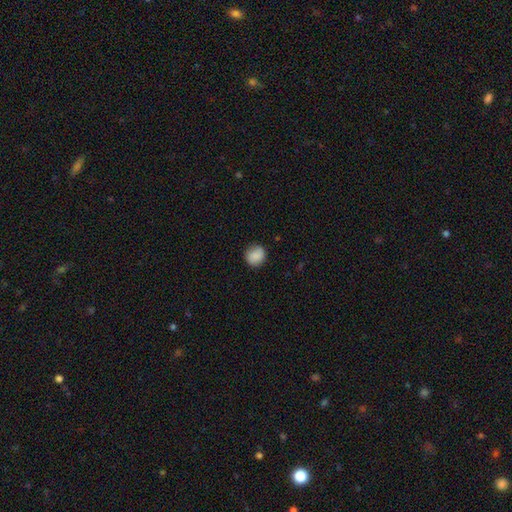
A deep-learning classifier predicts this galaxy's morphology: smooth-or-featured: smooth: 82% | featured or disk: 10% | star or artifact: 8%
  how-rounded: round: 85% | in between: 14% | cigar-shaped: 1%
  merging: none: 81% | minor disturbance: 14% | major disturbance: 4% | merger: 1%